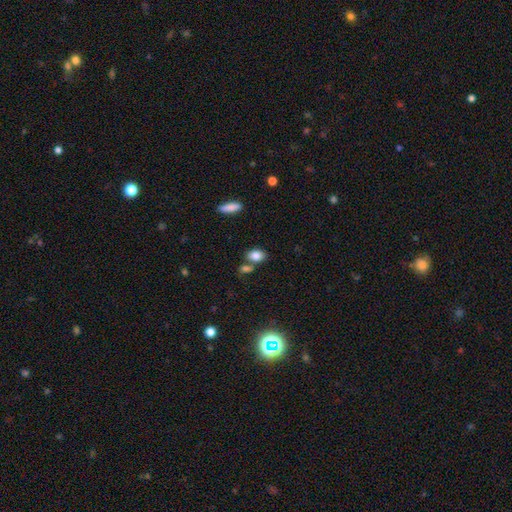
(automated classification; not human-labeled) A smooth galaxy with no disk features (82%) that is in between round and cigar-shaped (80%). Merging: none (59%).